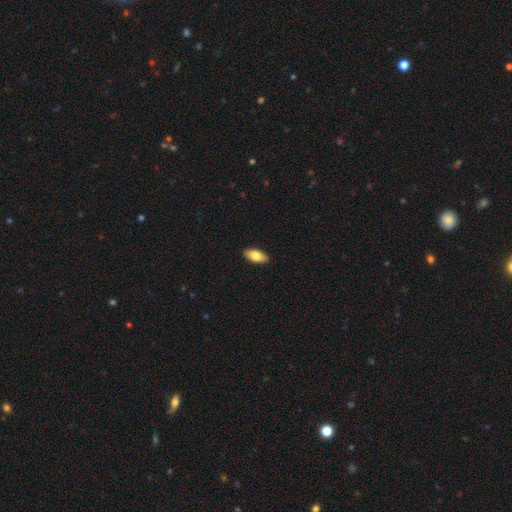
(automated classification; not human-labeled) Smooth or featured? Predicted: smooth (p=0.80). How rounded? Predicted: in between (p=0.88). Merging? Predicted: none (p=0.90).